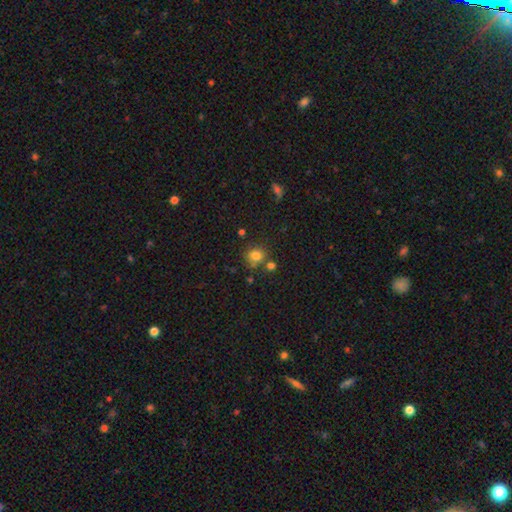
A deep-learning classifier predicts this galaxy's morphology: type=smooth (79%); roundness=round (78%); merging=none (67%).